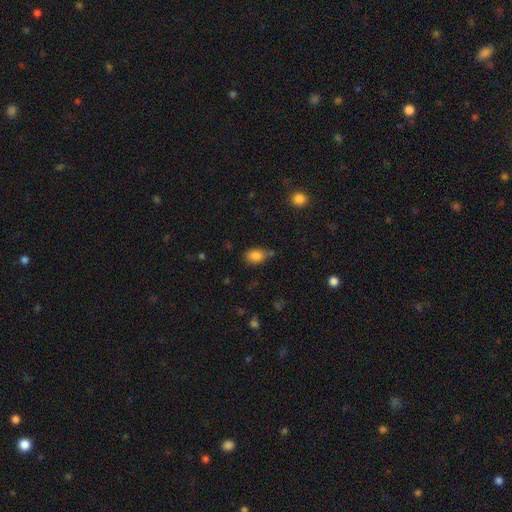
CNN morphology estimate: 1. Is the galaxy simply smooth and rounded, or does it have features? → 84% smooth, 10% star or artifact, 6% featured or disk.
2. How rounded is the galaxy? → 76% in between, 22% round, 2% cigar-shaped.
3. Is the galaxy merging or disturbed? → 62% none, 23% minor disturbance, 9% merger, 5% major disturbance.